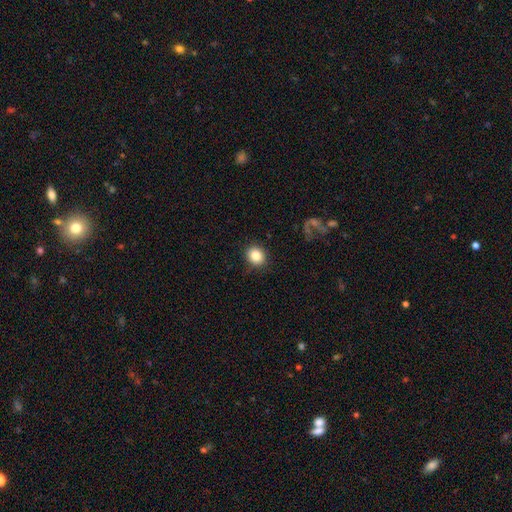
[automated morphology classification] Smooth or featured?
  - smooth: 84% *
  - star or artifact: 9%
  - featured or disk: 7%
How rounded?
  - round: 73% *
  - in between: 26%
  - cigar-shaped: 1%
Merging?
  - none: 87% *
  - minor disturbance: 9%
  - major disturbance: 3%
  - merger: 1%